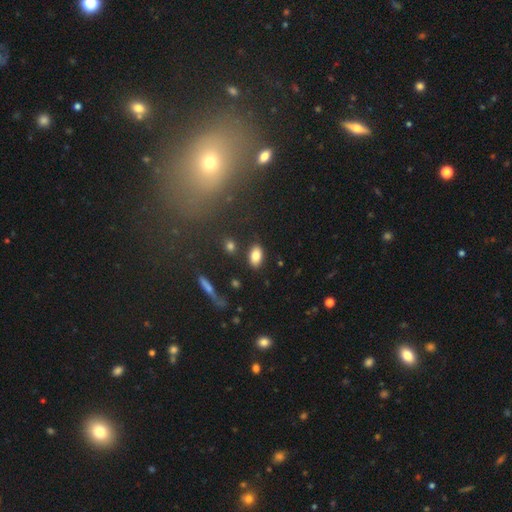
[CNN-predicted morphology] Overall: smooth (82%). How rounded: in between (92%). Merging: none (84%).